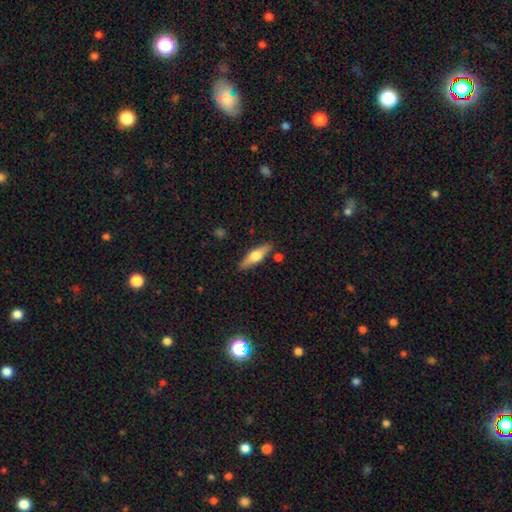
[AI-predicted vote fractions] This appears to be a featured or disk galaxy (51%) viewed edge-on (92%). Merging: none (85%).